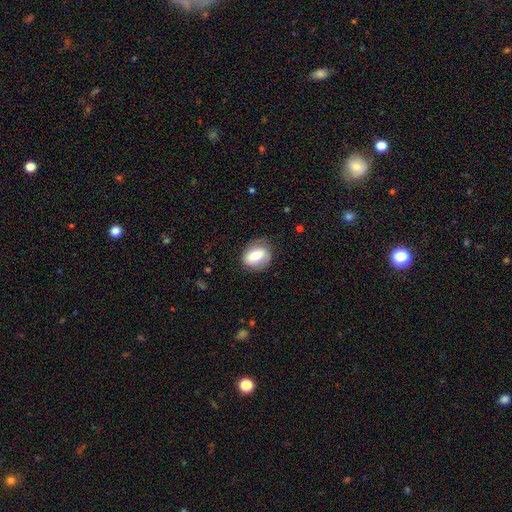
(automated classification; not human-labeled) Overall: smooth (57%; featured or disk 36%). How rounded: in between (50%; round 48%). Merging: none (74%).